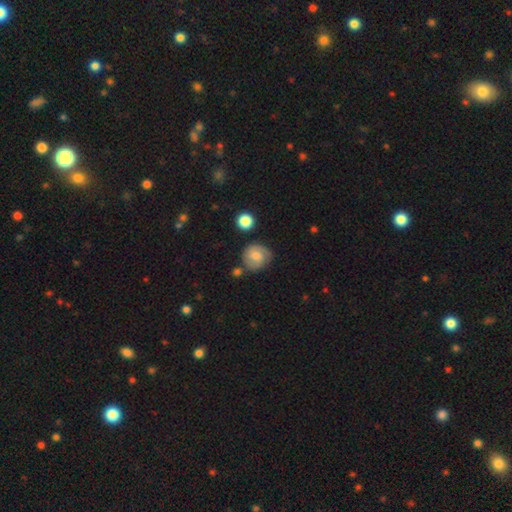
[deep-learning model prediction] smooth_or_featured: smooth (p=0.50) [alt: featured or disk p=0.42]
merging: none (p=0.68) [alt: minor disturbance p=0.20]